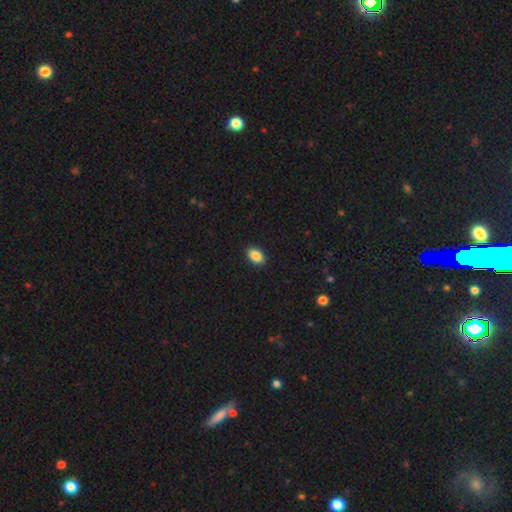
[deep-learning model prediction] Smooth or featured?
  - smooth: 88% *
  - star or artifact: 8%
  - featured or disk: 4%
How rounded?
  - in between: 88% *
  - round: 10%
  - cigar-shaped: 1%
Merging?
  - none: 90% *
  - minor disturbance: 7%
  - major disturbance: 2%
  - merger: 1%